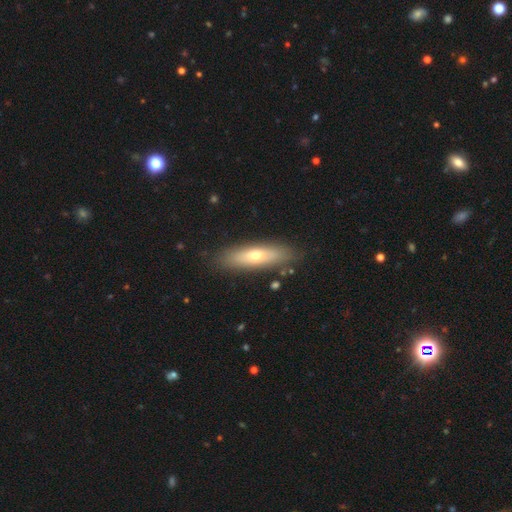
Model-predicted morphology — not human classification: Smooth or featured? Predicted: smooth (p=0.56). How rounded? Predicted: cigar-shaped (p=0.61). Merging? Predicted: none (p=0.85).